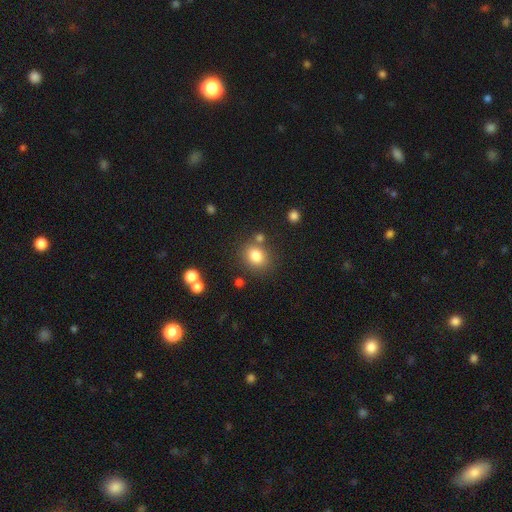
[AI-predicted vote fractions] The model was most divided on "how rounded": round: 70%, in between: 30%, cigar-shaped: 1%. More confident: smooth or featured — smooth (81%); merging — none (75%).